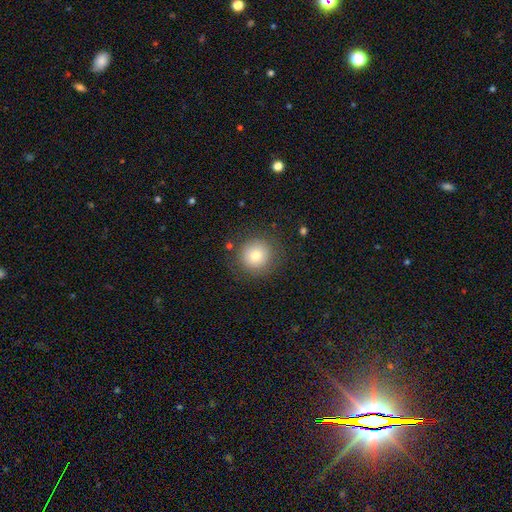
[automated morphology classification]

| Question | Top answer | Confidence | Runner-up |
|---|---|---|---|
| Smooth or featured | smooth | 76% | featured or disk (12%) |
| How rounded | round | 94% | in between (5%) |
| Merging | none | 85% | minor disturbance (10%) |